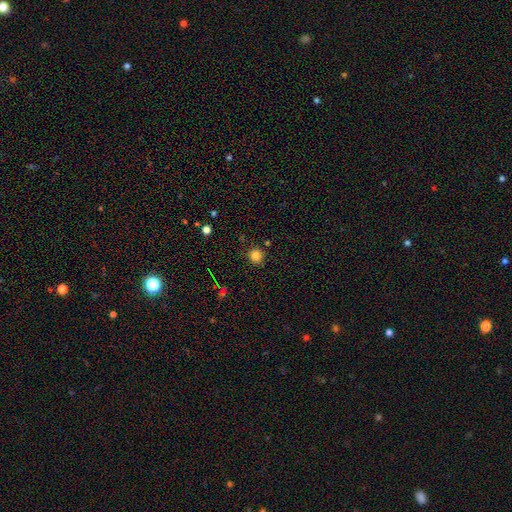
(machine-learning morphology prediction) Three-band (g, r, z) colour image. It shows a smooth galaxy with no disk features (81%) that is round (94%). Merging: none (89%).